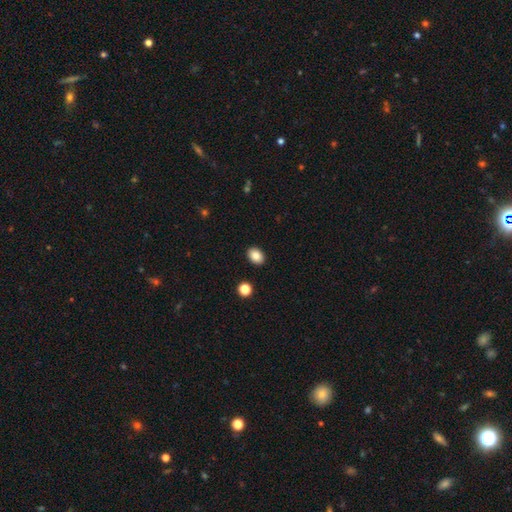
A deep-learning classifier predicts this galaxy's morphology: This is clearly a smooth galaxy (85%). How rounded: likely in between (76%). Merging: clearly none (90%).